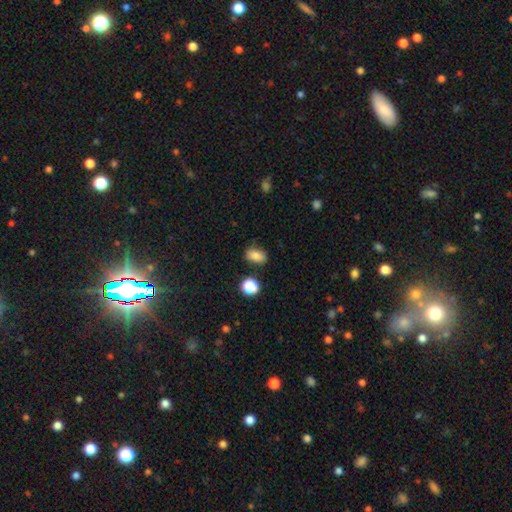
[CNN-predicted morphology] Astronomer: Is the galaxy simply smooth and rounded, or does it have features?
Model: smooth — 82%.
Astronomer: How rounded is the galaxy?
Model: in between — 81%.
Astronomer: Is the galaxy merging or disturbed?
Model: none — 79%.